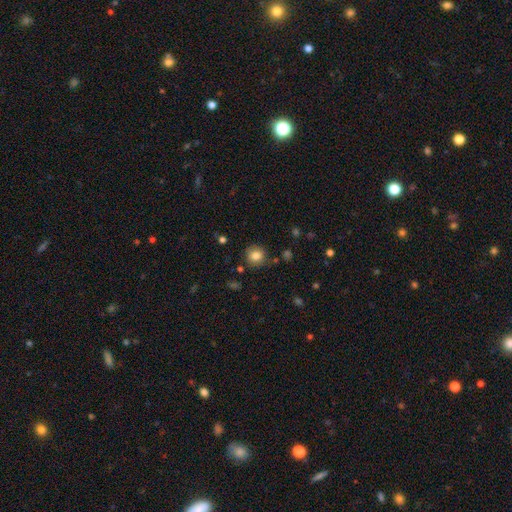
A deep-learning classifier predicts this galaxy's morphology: The model was most divided on "smooth or featured": smooth: 83%, star or artifact: 10%, featured or disk: 7%. More confident: how rounded — round (87%); merging — none (85%).